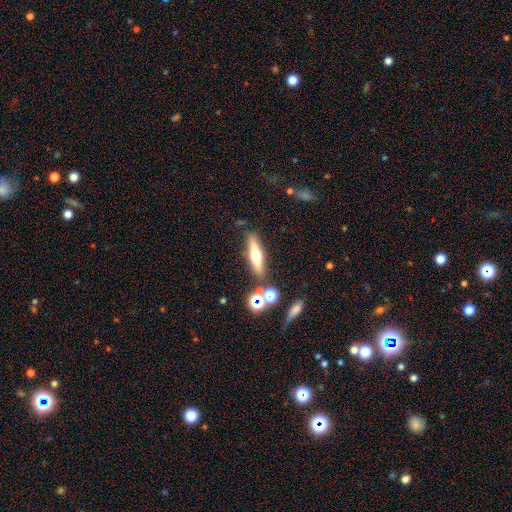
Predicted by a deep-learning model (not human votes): Q: Smooth or featured?
A: featured or disk (51%); runner-up: smooth (39%)
Q: Edge-on disk?
A: yes (91%); runner-up: no (9%)
Q: Merging?
A: none (82%); runner-up: minor disturbance (10%)